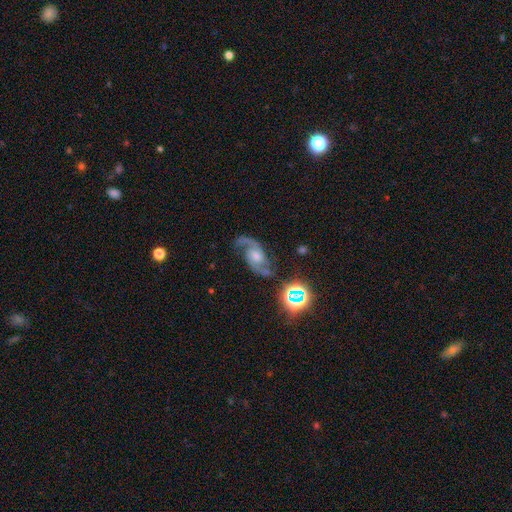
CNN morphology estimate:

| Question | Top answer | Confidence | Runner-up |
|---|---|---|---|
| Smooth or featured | featured or disk | 85% | star or artifact (9%) |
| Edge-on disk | no | 97% | yes (3%) |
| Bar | no | 61% | weak (31%) |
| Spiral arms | yes | 97% | no (3%) |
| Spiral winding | medium | 49% | loose (38%) |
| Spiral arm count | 2 | 91% | 1 (3%) |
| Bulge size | moderate | 54% | small (26%) |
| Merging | none | 69% | minor disturbance (17%) |